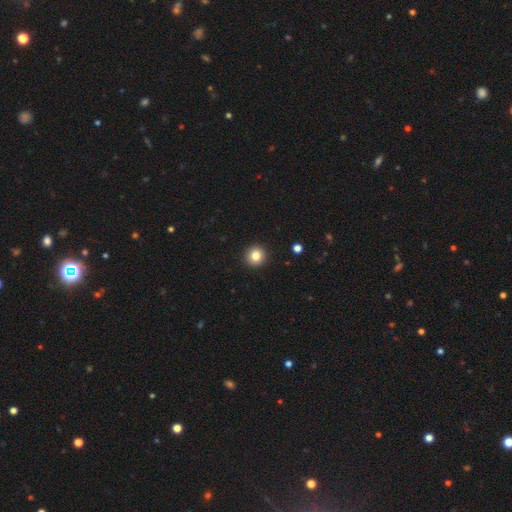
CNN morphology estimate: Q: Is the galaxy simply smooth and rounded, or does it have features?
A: smooth — 82%.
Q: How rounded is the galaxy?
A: round — 94%.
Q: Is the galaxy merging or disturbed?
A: none — 93%.